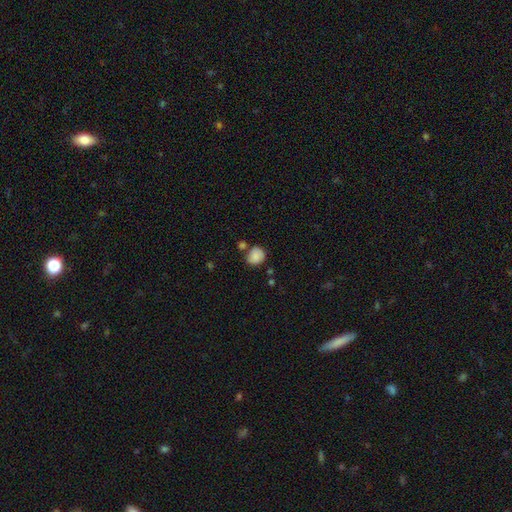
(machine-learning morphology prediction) smooth_or_featured: smooth (p=0.85) [alt: star or artifact p=0.08]
how_rounded: round (p=0.73) [alt: in between p=0.26]
merging: none (p=0.64) [alt: minor disturbance p=0.17]